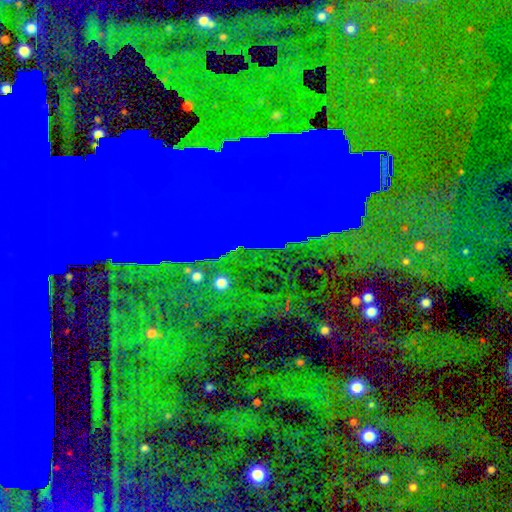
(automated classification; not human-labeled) A star or artifact, not a galaxy (80%).

Vote fractions:
- Smooth or featured? star or artifact: 80% / featured or disk: 12% / smooth: 8%